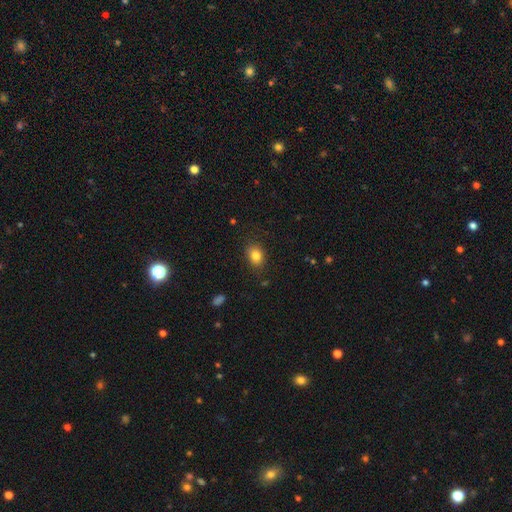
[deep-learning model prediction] smooth-or-featured: smooth: 83% | star or artifact: 10% | featured or disk: 7%
  how-rounded: in between: 65% | round: 34% | cigar-shaped: 1%
  merging: none: 83% | minor disturbance: 13% | major disturbance: 3% | merger: 1%